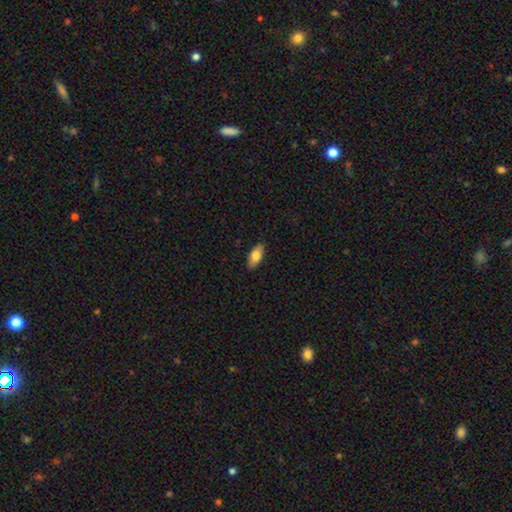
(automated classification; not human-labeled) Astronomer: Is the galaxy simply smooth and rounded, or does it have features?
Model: smooth — 80%.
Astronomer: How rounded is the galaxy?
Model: in between — 87%.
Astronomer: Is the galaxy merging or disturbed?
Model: none — 87%.